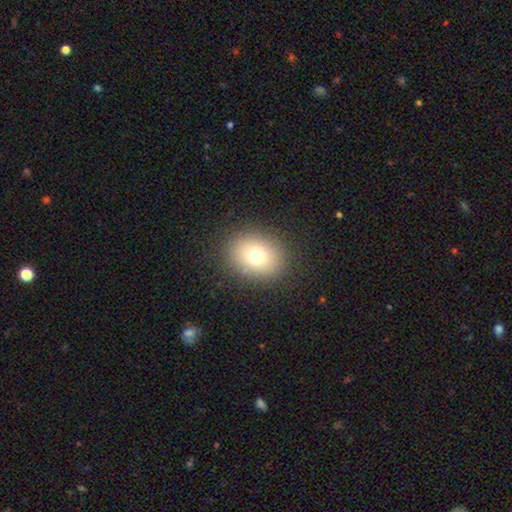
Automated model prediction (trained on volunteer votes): A smooth galaxy with no disk features (76%) that is round (56%). Merging: none (88%).